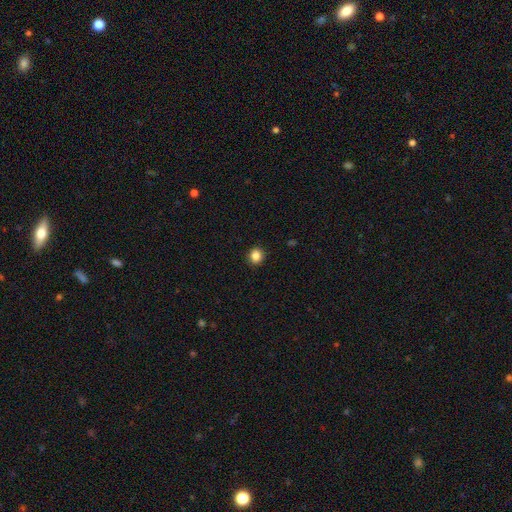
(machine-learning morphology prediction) type=smooth (85%); roundness=round (87%); merging=none (92%).